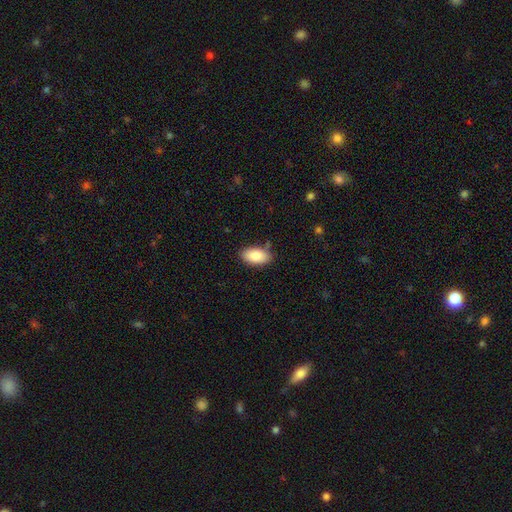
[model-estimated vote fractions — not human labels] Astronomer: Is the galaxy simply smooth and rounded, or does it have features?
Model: smooth — 85%.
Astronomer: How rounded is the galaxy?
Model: in between — 94%.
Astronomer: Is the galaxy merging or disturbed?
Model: none — 82%.